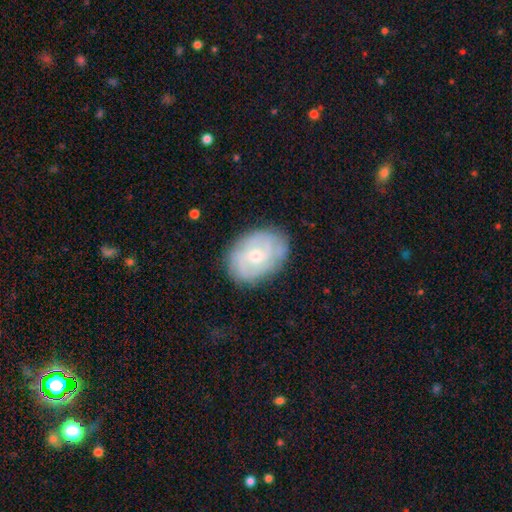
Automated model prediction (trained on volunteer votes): A featured or disk galaxy (65%) with no bar (74%), tight (60%) spiral arms (82%) and a small central bulge (60%).

Vote fractions:
- Smooth or featured? featured or disk: 65% / smooth: 28% / star or artifact: 7%
- Edge-on disk? no: 96% / yes: 4%
- Bar? no: 74% / weak: 23% / strong: 4%
- Spiral arms? yes: 82% / no: 18%
- Spiral winding? tight: 60% / medium: 30% / loose: 10%
- Spiral arm count? can't tell: 44% / 2: 26% / 3: 14% / 4: 7% / 1: 4% / more than 4: 4%
- Bulge size? small: 60% / moderate: 36% / large: 1% / none: 1% / dominant: 1%
- Merging? none: 80% / minor disturbance: 15% / major disturbance: 4% / merger: 1%